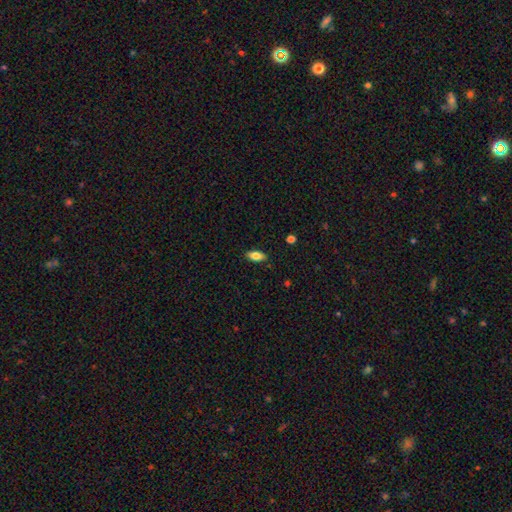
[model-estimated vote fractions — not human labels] Morphology: type=smooth (81%); roundness=in between (87%); merging=none (88%).